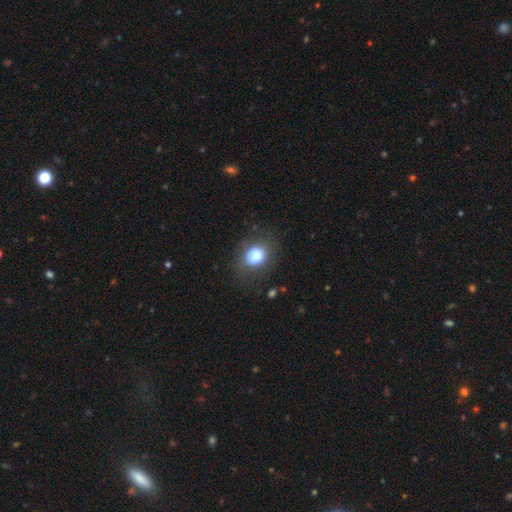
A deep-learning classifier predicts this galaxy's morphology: Smooth or featured? Predicted: smooth (p=0.81). How rounded? Predicted: round (p=0.50). Merging? Predicted: none (p=0.70).